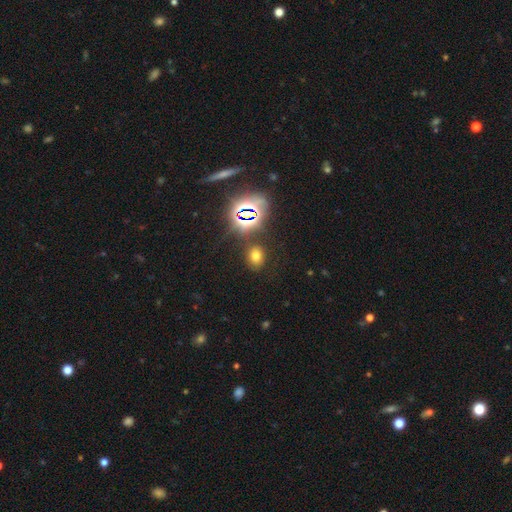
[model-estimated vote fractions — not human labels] Smooth or featured? smooth (61%)
How rounded? in between (55%)
Merging? none (83%)